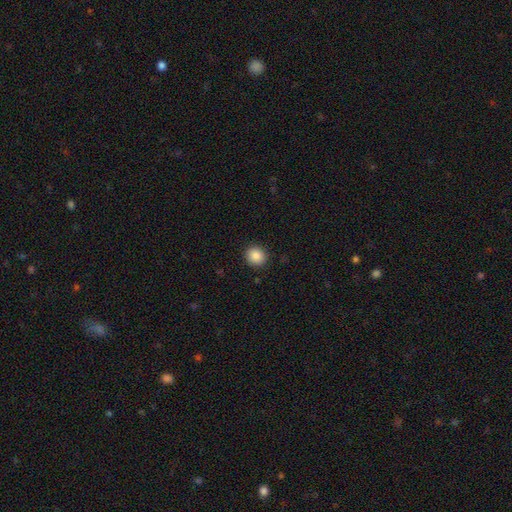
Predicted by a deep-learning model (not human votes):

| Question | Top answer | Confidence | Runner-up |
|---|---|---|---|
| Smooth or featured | smooth | 88% | star or artifact (9%) |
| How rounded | round | 83% | in between (16%) |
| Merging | none | 90% | minor disturbance (7%) |